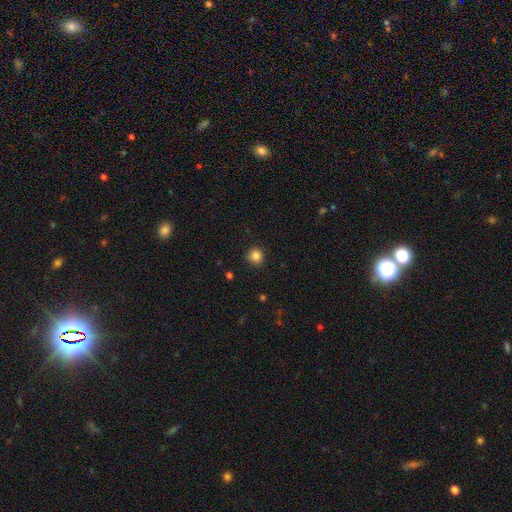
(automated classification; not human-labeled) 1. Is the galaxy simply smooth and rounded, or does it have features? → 85% smooth, 11% star or artifact, 4% featured or disk.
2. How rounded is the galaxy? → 92% round, 7% in between, 1% cigar-shaped.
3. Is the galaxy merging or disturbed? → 88% none, 9% minor disturbance, 2% major disturbance, 1% merger.